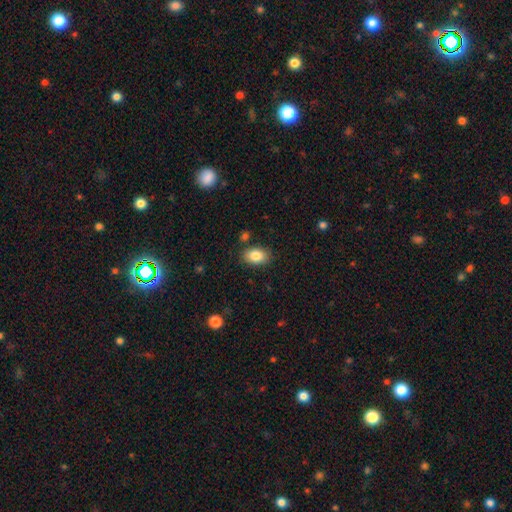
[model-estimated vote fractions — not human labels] smooth_or_featured: smooth (p=0.86) [alt: star or artifact p=0.08]
how_rounded: in between (p=0.85) [alt: round p=0.14]
merging: none (p=0.84) [alt: minor disturbance p=0.10]